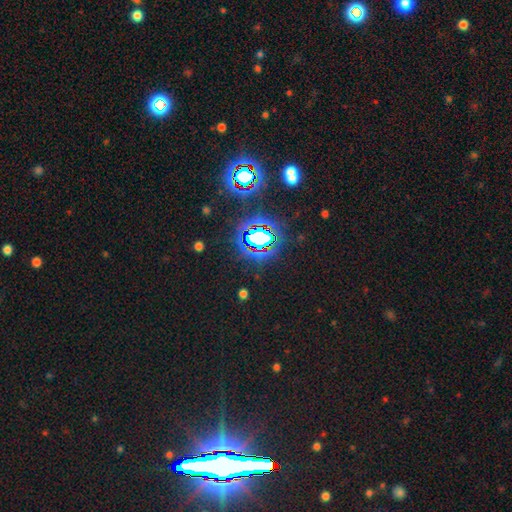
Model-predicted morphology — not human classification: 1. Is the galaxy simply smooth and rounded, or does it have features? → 83% star or artifact, 9% smooth, 8% featured or disk.